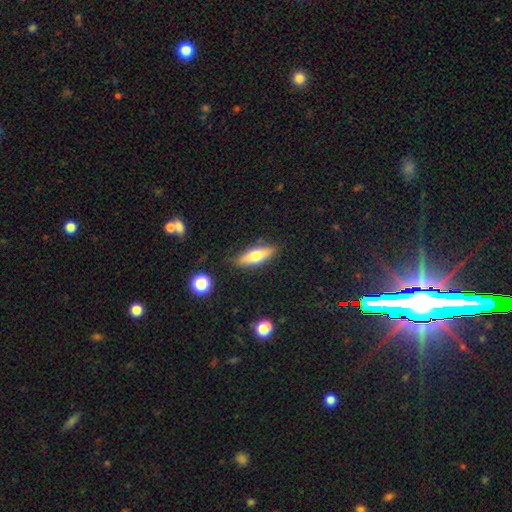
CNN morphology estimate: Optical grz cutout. It shows a smooth galaxy with no disk features (57%) that is cigar-shaped (49%). Merging: none (83%).